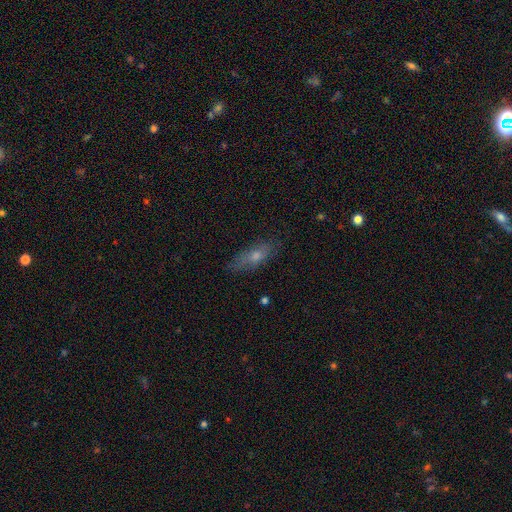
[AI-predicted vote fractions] Q: Smooth or featured?
A: smooth (55%); runner-up: featured or disk (35%)
Q: How rounded?
A: in between (51%); runner-up: cigar-shaped (45%)
Q: Merging?
A: none (78%); runner-up: minor disturbance (17%)